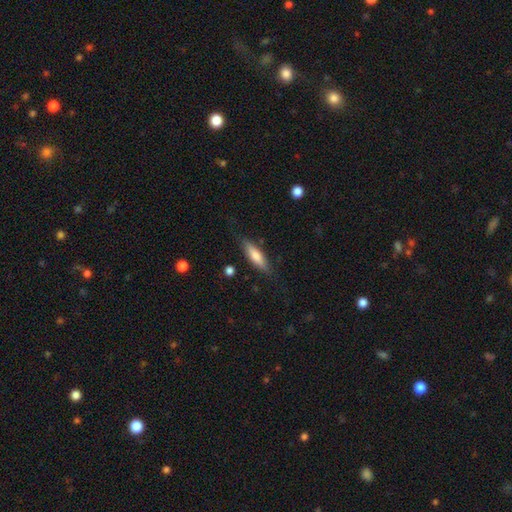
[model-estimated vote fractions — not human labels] This is likely a smooth galaxy (70%). How rounded: likely cigar-shaped (63%). Merging: clearly none (81%).